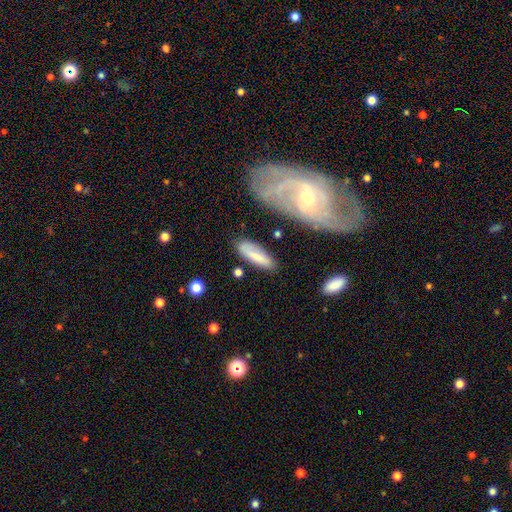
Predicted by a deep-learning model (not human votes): This is likely a smooth galaxy (73%). How rounded: possibly cigar-shaped (50%). Merging: likely none (73%).